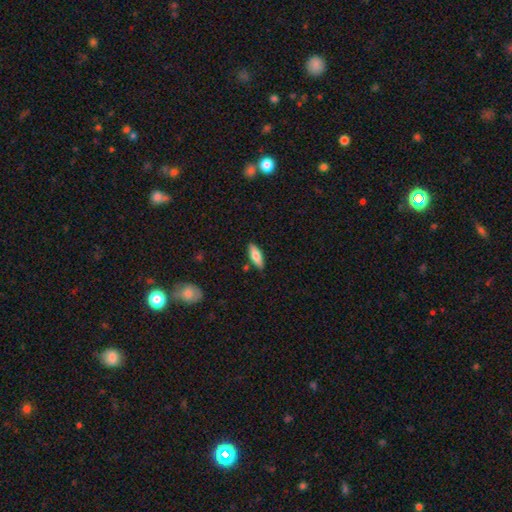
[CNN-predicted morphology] Overall: smooth (71%). How rounded: in between (61%; cigar-shaped 37%). Merging: none (83%).